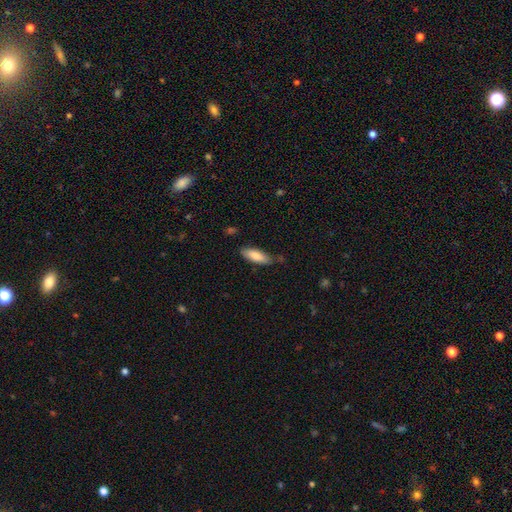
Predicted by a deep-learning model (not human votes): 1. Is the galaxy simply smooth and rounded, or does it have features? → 81% smooth, 13% featured or disk, 6% star or artifact.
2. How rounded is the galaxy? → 64% in between, 34% cigar-shaped, 2% round.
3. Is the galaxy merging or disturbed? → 75% none, 19% minor disturbance, 3% major disturbance, 3% merger.